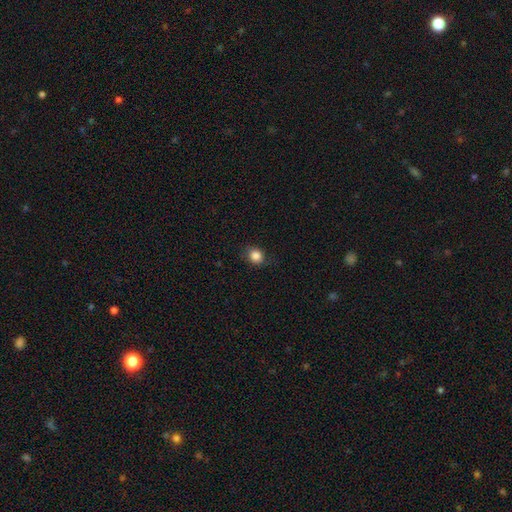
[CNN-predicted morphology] Q: Smooth or featured?
A: smooth (85%); runner-up: star or artifact (10%)
Q: How rounded?
A: round (68%); runner-up: in between (31%)
Q: Merging?
A: none (80%); runner-up: minor disturbance (15%)